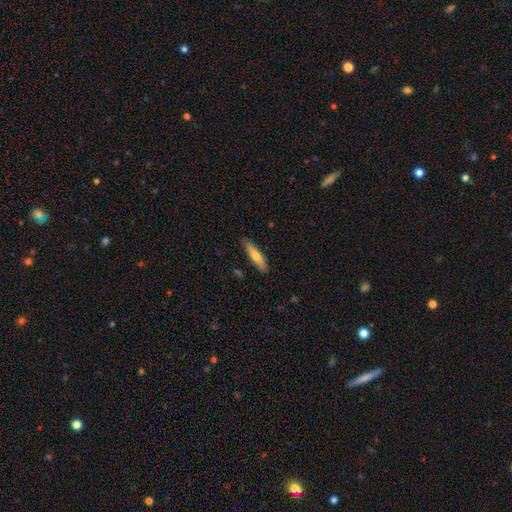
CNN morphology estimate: A smooth galaxy with no disk features (65%) that is cigar-shaped (80%). Merging: none (86%).